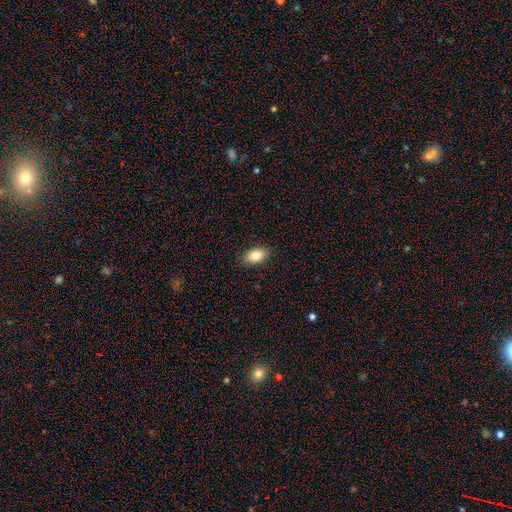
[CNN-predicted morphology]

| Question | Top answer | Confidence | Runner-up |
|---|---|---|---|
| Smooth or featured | smooth | 83% | featured or disk (10%) |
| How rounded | in between | 91% | round (7%) |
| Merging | none | 87% | minor disturbance (10%) |